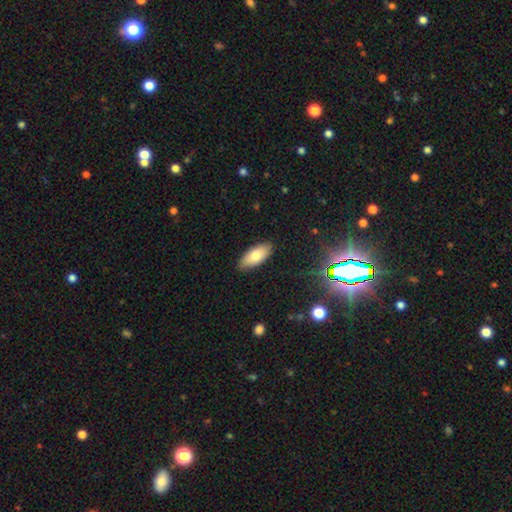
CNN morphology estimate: smooth-or-featured: smooth: 77% | featured or disk: 16% | star or artifact: 7%
  how-rounded: in between: 87% | cigar-shaped: 11% | round: 2%
  merging: none: 87% | minor disturbance: 10% | major disturbance: 2% | merger: 1%